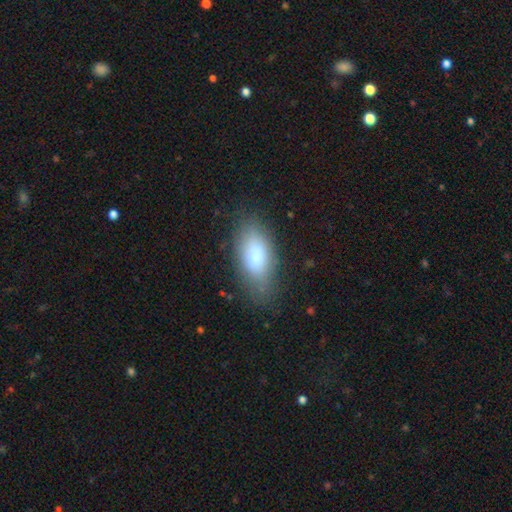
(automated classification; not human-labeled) smooth_or_featured: smooth (p=0.78) [alt: featured or disk p=0.14]
how_rounded: in between (p=0.88) [alt: cigar-shaped p=0.08]
merging: none (p=0.74) [alt: minor disturbance p=0.18]